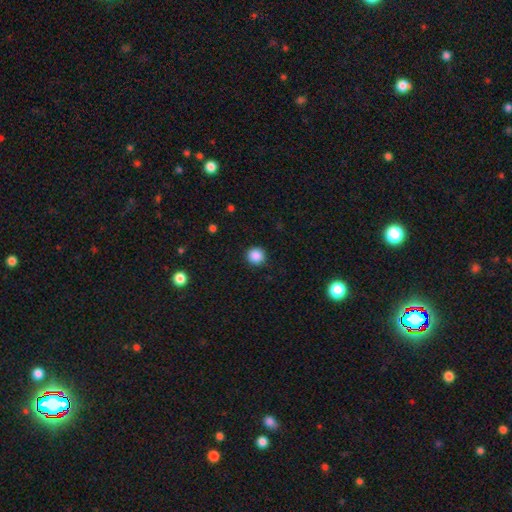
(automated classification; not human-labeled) Morphology: type=smooth (88%); roundness=round (94%); merging=none (91%).